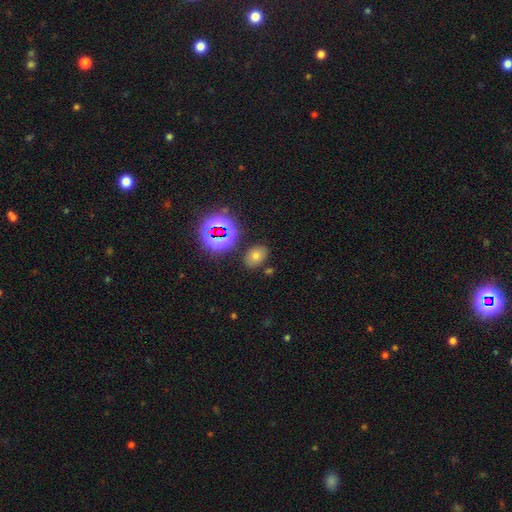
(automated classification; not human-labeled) Smooth or featured?
  - smooth: 63% *
  - star or artifact: 25%
  - featured or disk: 12%
How rounded?
  - in between: 78% *
  - round: 20%
  - cigar-shaped: 1%
Merging?
  - none: 81% *
  - minor disturbance: 11%
  - merger: 5%
  - major disturbance: 3%